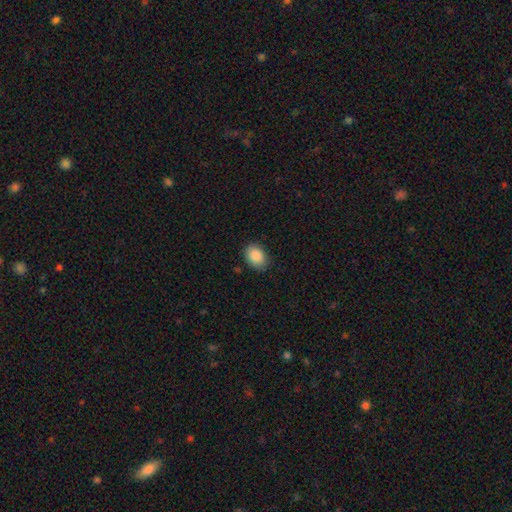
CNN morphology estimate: A smooth galaxy with no disk features (88%) that is in between round and cigar-shaped (73%). Merging: none (84%).